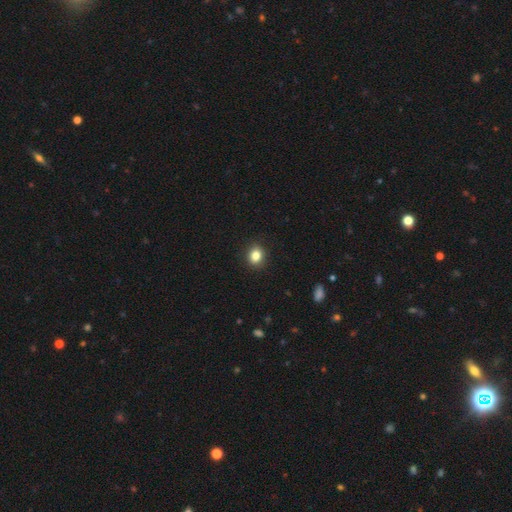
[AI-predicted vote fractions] A smooth galaxy with no disk features (84%) that is round (62%).

Vote fractions:
- Smooth or featured? smooth: 84% / star or artifact: 11% / featured or disk: 6%
- How rounded? round: 62% / in between: 37% / cigar-shaped: 1%
- Merging? none: 91% / minor disturbance: 6% / major disturbance: 2% / merger: 1%